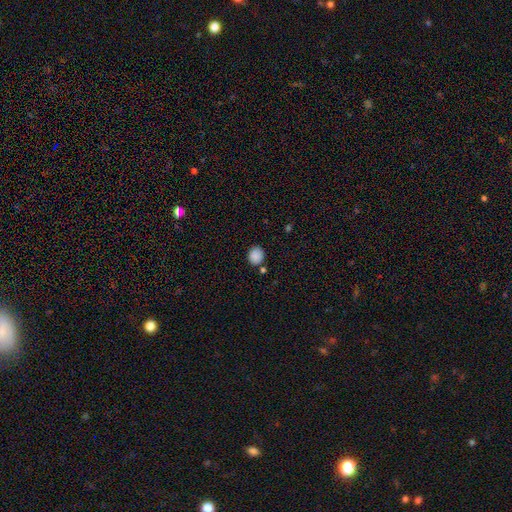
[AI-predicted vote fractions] Smooth or featured?
  - smooth: 88% *
  - star or artifact: 9%
  - featured or disk: 3%
How rounded?
  - round: 76% *
  - in between: 23%
  - cigar-shaped: 1%
Merging?
  - none: 80% *
  - minor disturbance: 10%
  - merger: 7%
  - major disturbance: 3%